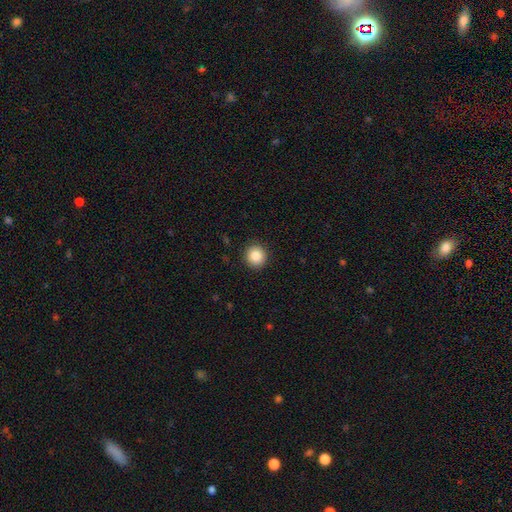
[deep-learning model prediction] Overall: smooth (86%). How rounded: round (93%). Merging: none (92%).